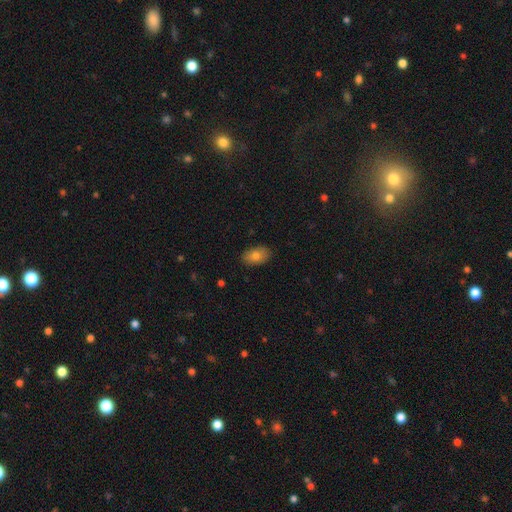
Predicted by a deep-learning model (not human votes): Overall: smooth (80%). How rounded: in between (91%). Merging: none (87%).